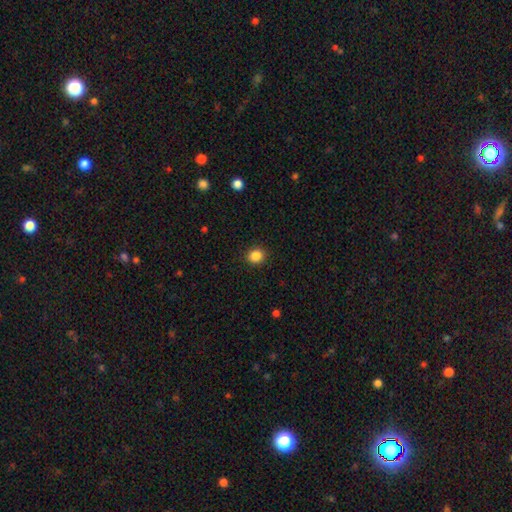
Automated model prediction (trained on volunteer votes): smooth_or_featured: smooth (p=0.86) [alt: star or artifact p=0.10]
how_rounded: round (p=0.81) [alt: in between p=0.18]
merging: none (p=0.91) [alt: minor disturbance p=0.06]